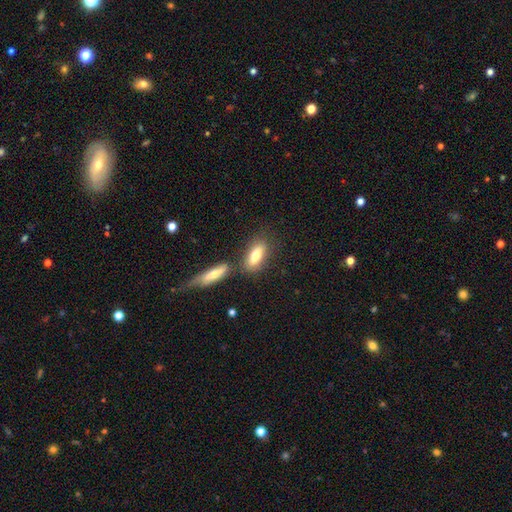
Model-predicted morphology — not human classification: This appears to be a smooth galaxy with no disk features (75%) that is in between round and cigar-shaped (73%). Merging: none (63%).